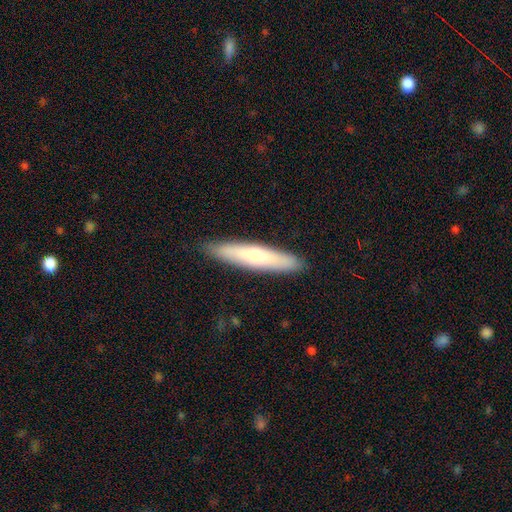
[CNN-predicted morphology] smooth_or_featured: smooth (p=0.61) [alt: featured or disk p=0.33]
how_rounded: cigar-shaped (p=0.86) [alt: in between p=0.13]
merging: none (p=0.89) [alt: minor disturbance p=0.08]